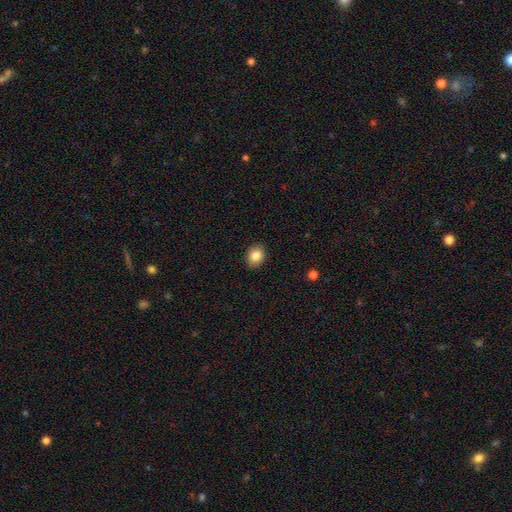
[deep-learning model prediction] smooth-or-featured: smooth: 84% | star or artifact: 9% | featured or disk: 7%
  how-rounded: in between: 50% | round: 49% | cigar-shaped: 1%
  merging: none: 90% | minor disturbance: 7% | major disturbance: 2% | merger: 1%